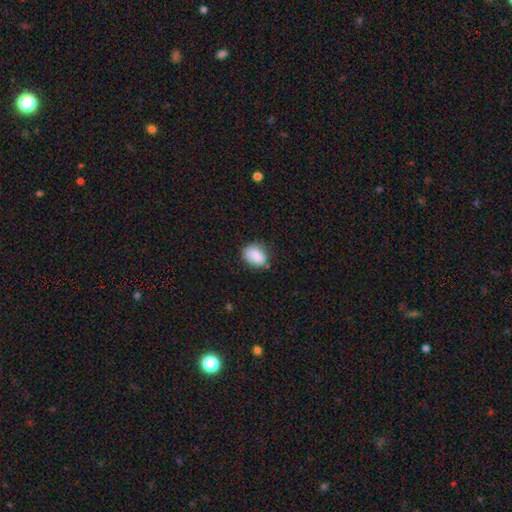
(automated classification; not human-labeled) This appears to be a smooth galaxy with no disk features (84%) that is in between round and cigar-shaped (62%). Merging: none (69%).